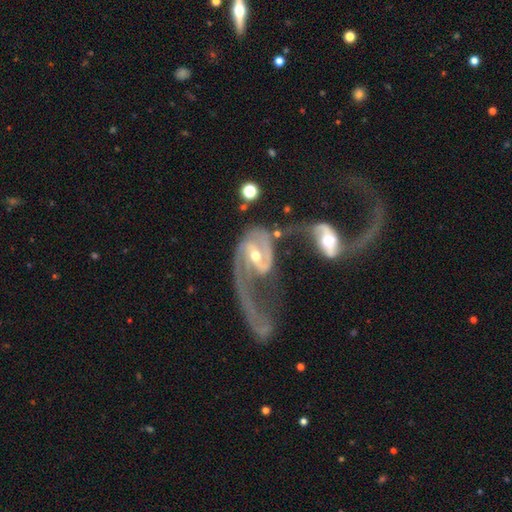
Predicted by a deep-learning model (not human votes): Overall: featured or disk (87%). Edge-on disk: no (96%). Bar: weak (42%; strong 34%). Spiral arms: yes (93%). Spiral arm count: 2 (56%; 1 32%). Spiral winding: loose (50%; medium 33%). Bulge size: moderate (60%; small 34%). Merging: merger (49%; major disturbance 31%).